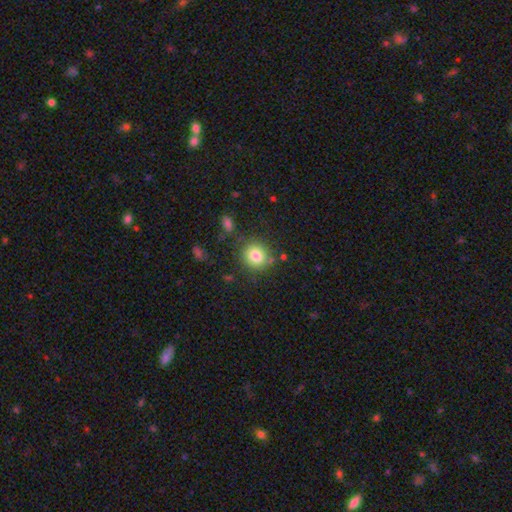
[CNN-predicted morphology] This is clearly a smooth galaxy (82%). How rounded: clearly round (88%). Merging: clearly none (82%).